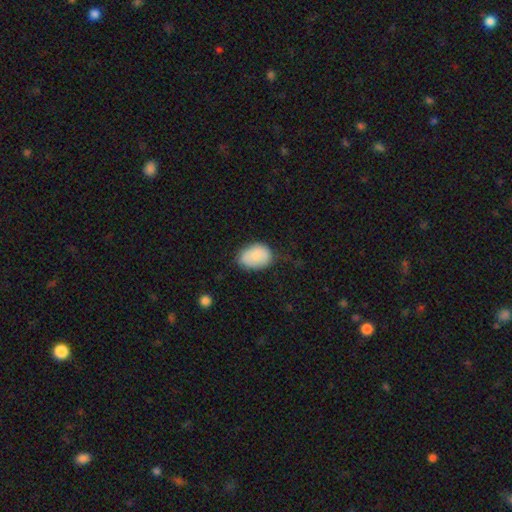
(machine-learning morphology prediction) smooth_or_featured: smooth (p=0.83) [alt: featured or disk p=0.10]
how_rounded: in between (p=0.82) [alt: round p=0.17]
merging: none (p=0.66) [alt: minor disturbance p=0.25]